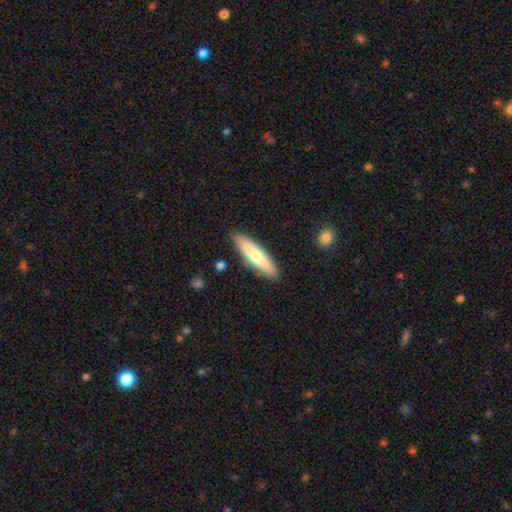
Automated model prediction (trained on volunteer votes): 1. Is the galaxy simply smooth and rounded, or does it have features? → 67% smooth, 28% featured or disk, 5% star or artifact.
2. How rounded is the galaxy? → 76% cigar-shaped, 22% in between, 2% round.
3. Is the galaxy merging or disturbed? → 87% none, 9% minor disturbance, 2% merger, 2% major disturbance.